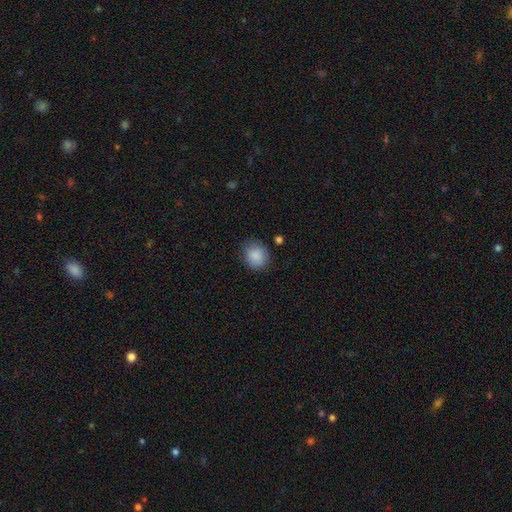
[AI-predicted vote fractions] smooth 88%, star or artifact 8%, featured or disk 4%. Down the decision tree: how rounded — round (69%); merging — none (80%).